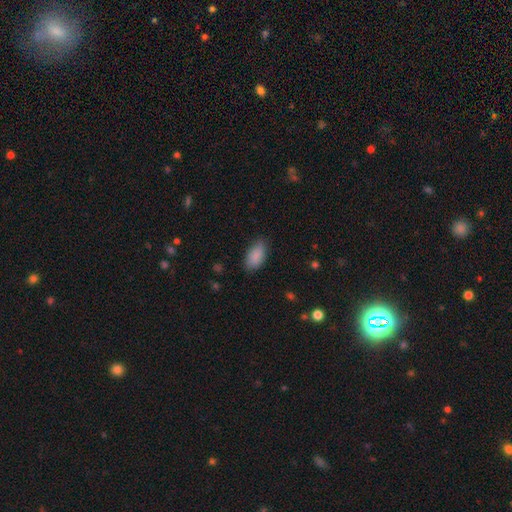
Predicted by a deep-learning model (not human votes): The model was most divided on "merging": none: 77%, minor disturbance: 18%, major disturbance: 4%, merger: 1%. More confident: how rounded — in between (93%); smooth or featured — smooth (88%).